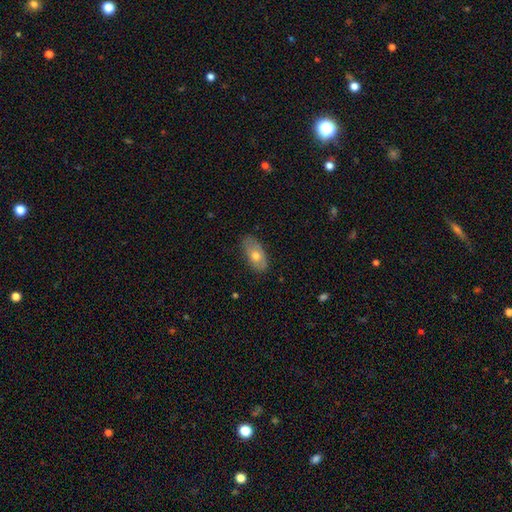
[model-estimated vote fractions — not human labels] Q: Smooth or featured?
A: smooth (64%); runner-up: featured or disk (30%)
Q: How rounded?
A: in between (92%); runner-up: round (5%)
Q: Merging?
A: none (76%); runner-up: minor disturbance (20%)